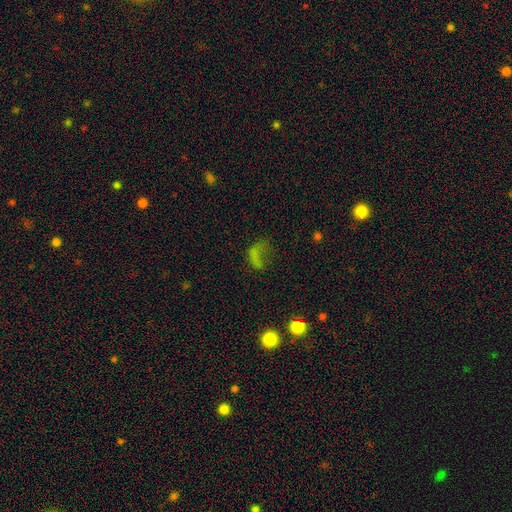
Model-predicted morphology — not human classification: smooth_or_featured: smooth (p=0.53) [alt: star or artifact p=0.26]
how_rounded: in between (p=0.70) [alt: round p=0.21]
merging: major disturbance (p=0.44) [alt: none p=0.33]